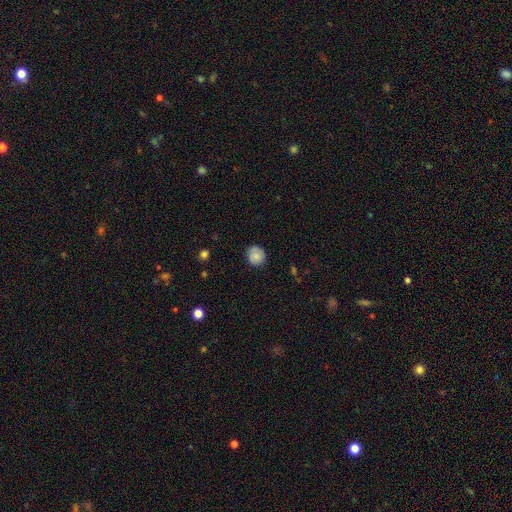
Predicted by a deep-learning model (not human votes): Smooth or featured?
  - smooth: 81% *
  - featured or disk: 11%
  - star or artifact: 8%
How rounded?
  - round: 88% *
  - in between: 11%
  - cigar-shaped: 1%
Merging?
  - none: 82% *
  - minor disturbance: 14%
  - major disturbance: 2%
  - merger: 1%